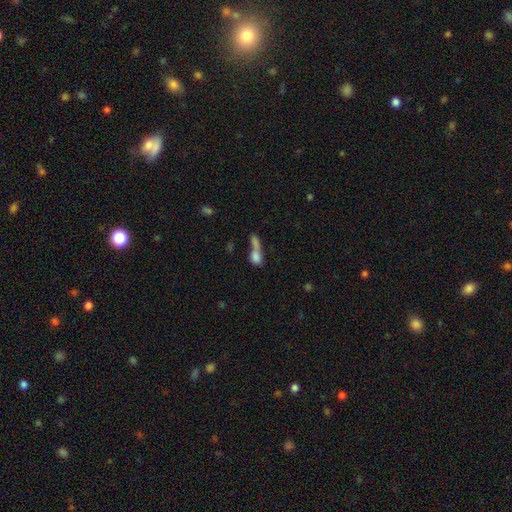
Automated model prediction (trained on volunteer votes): Overall: smooth (72%). How rounded: in between (59%; round 25%). Merging: merger (66%).